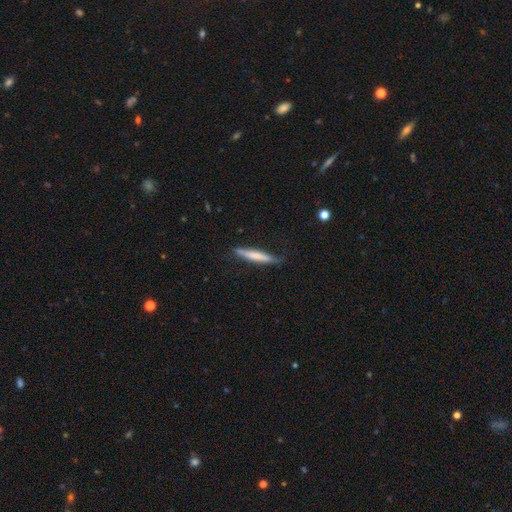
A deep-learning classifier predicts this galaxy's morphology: Smooth or featured? Predicted: smooth (p=0.64). How rounded? Predicted: cigar-shaped (p=0.94). Merging? Predicted: none (p=0.74).